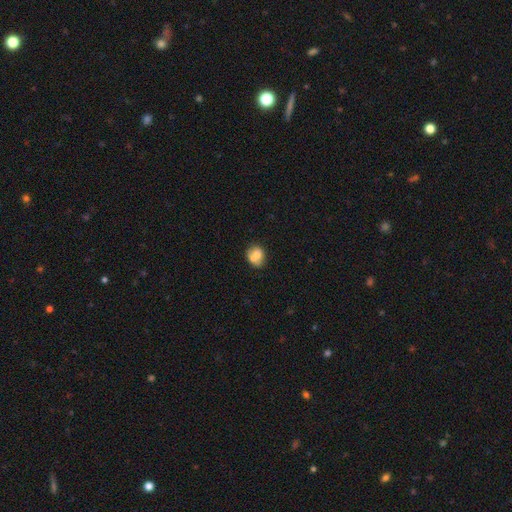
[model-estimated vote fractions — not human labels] A smooth galaxy with no disk features (66%) that is round (57%). Merging: merger (43%).